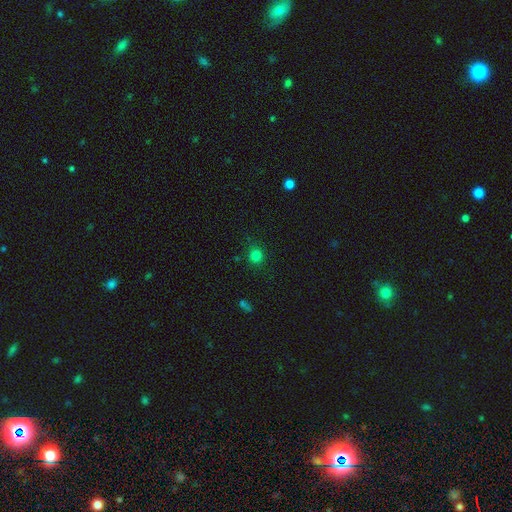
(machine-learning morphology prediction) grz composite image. It shows a smooth galaxy with no disk features (80%) that is round (90%). Merging: none (87%).